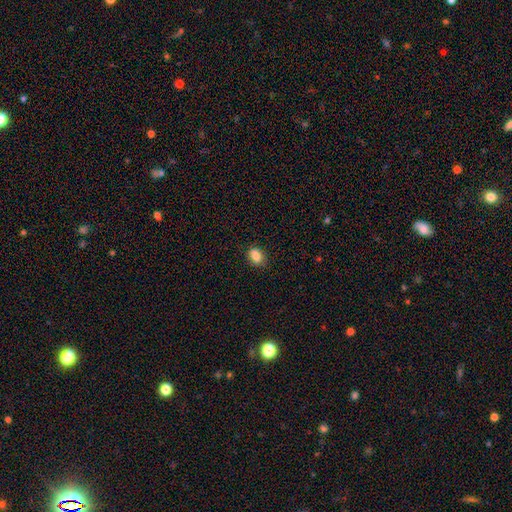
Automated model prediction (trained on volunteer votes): smooth_or_featured: smooth (p=0.87) [alt: star or artifact p=0.09]
how_rounded: in between (p=0.76) [alt: round p=0.23]
merging: none (p=0.83) [alt: minor disturbance p=0.13]